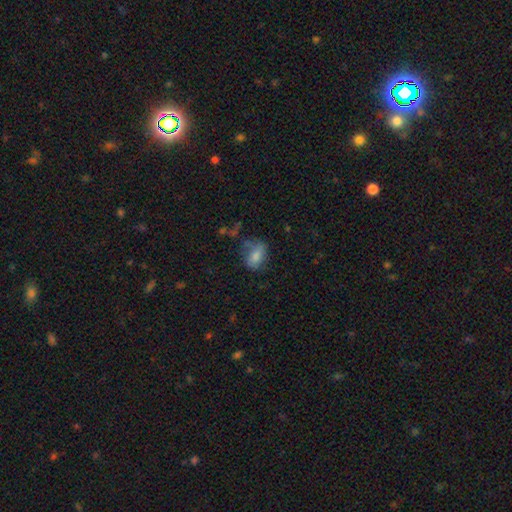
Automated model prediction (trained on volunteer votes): Smooth or featured: smooth — 70% (featured or disk — 20%)
How rounded: in between — 78% (round — 20%)
Merging: none — 42% (minor disturbance — 28%)